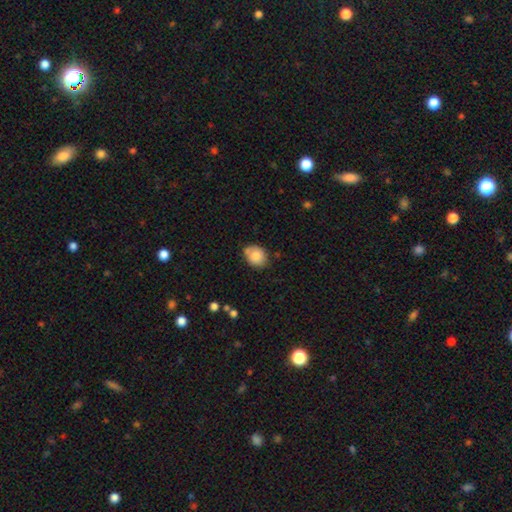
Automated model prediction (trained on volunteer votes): Smooth or featured: smooth — 84% (star or artifact — 8%)
How rounded: round — 52% (in between — 47%)
Merging: none — 64% (minor disturbance — 25%)